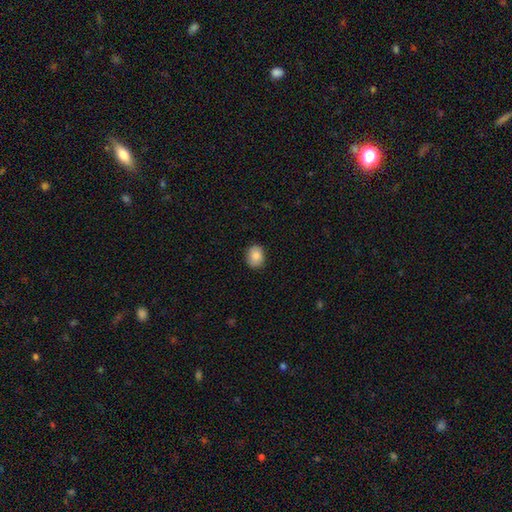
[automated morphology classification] smooth-or-featured: smooth: 87% | star or artifact: 8% | featured or disk: 5%
  how-rounded: in between: 51% | round: 48% | cigar-shaped: 1%
  merging: none: 88% | minor disturbance: 9% | major disturbance: 2% | merger: 1%